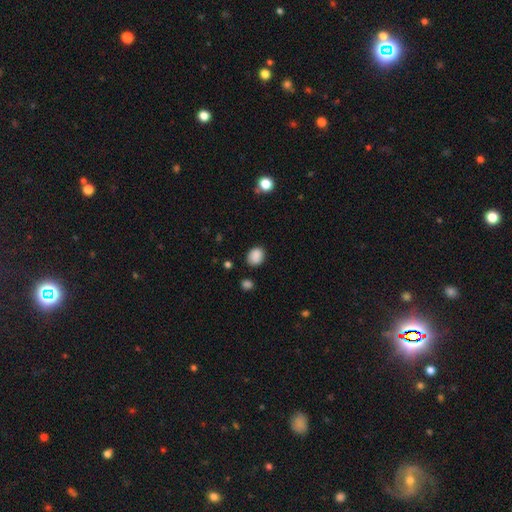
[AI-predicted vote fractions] Smooth or featured? smooth (87%)
How rounded? in between (54%)
Merging? none (77%)